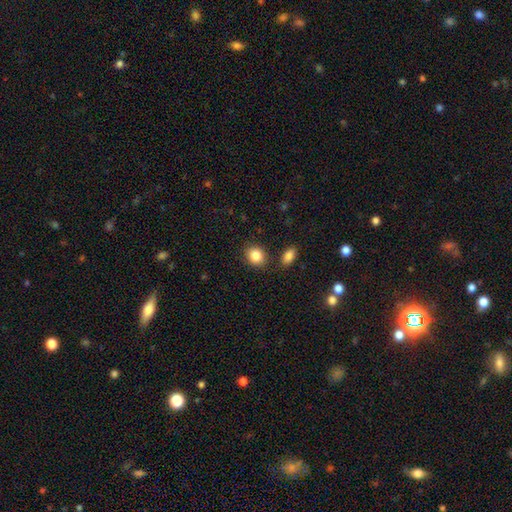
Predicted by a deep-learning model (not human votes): This is clearly a smooth galaxy (86%). How rounded: likely round (62%). Merging: clearly none (82%).